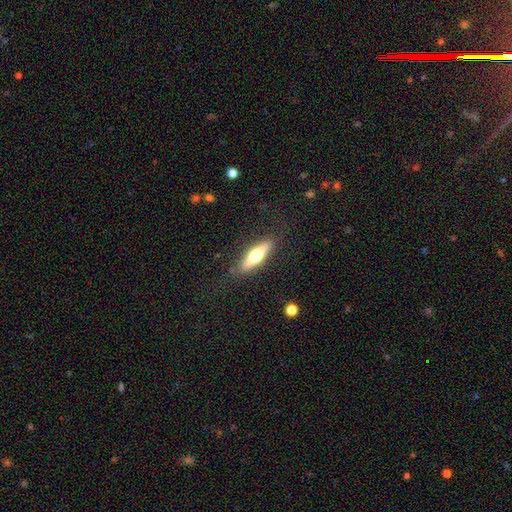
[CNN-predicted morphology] Smooth or featured? Predicted: featured or disk (p=0.49). Merging? Predicted: none (p=0.85).